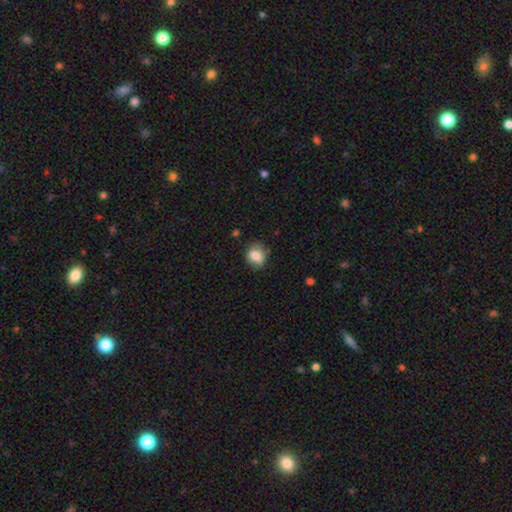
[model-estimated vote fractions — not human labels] This is likely a smooth galaxy (78%). How rounded: possibly in between (50%). Merging: likely none (69%).